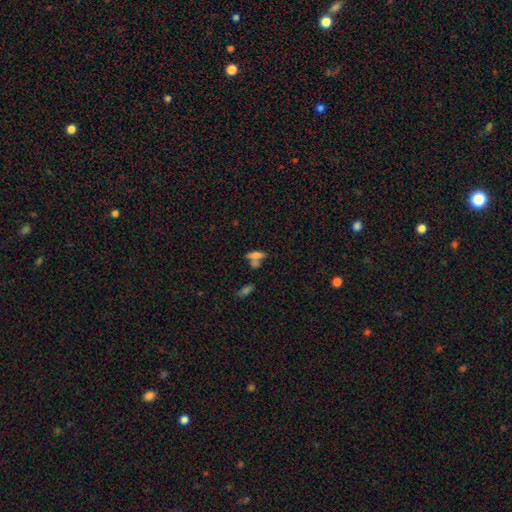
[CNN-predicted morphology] Smooth or featured? Predicted: smooth (p=0.65). How rounded? Predicted: in between (p=0.55). Merging? Predicted: none (p=0.41).